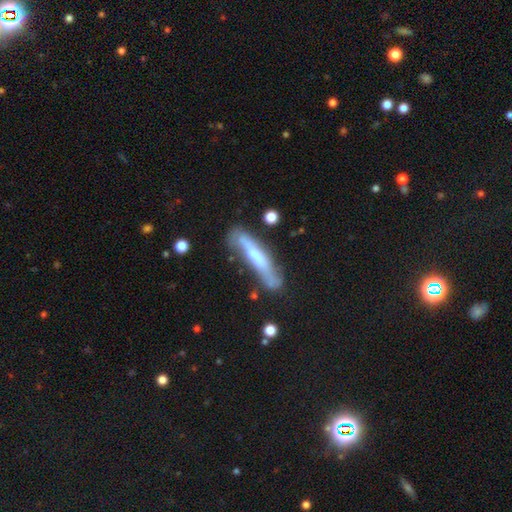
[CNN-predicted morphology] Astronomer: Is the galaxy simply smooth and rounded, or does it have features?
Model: featured or disk — 53% (runner-up: smooth, 41%).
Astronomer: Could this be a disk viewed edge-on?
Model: yes — 68%.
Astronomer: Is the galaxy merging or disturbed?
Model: none — 57%.